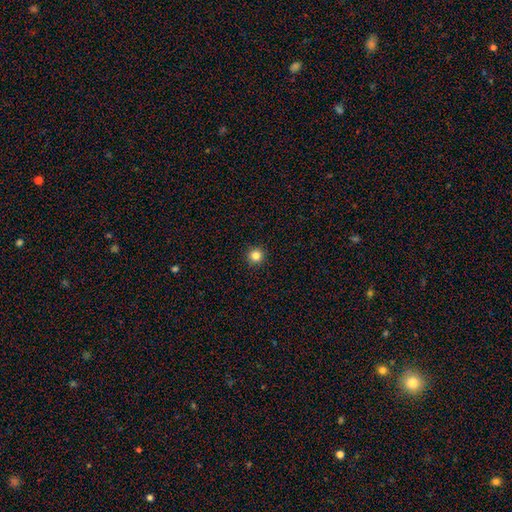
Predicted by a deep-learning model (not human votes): Q: Smooth or featured?
A: smooth (83%); runner-up: star or artifact (12%)
Q: How rounded?
A: round (96%); runner-up: in between (3%)
Q: Merging?
A: none (93%); runner-up: minor disturbance (4%)